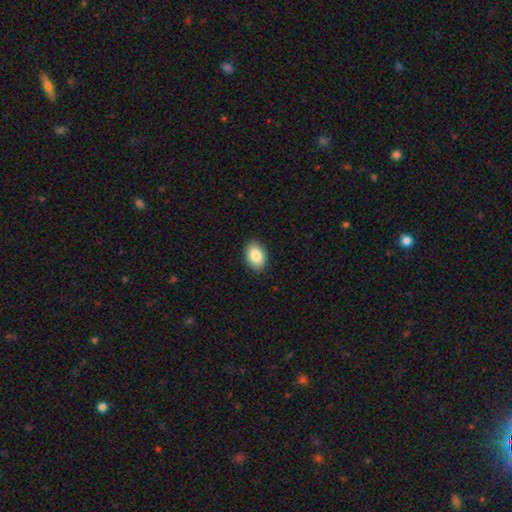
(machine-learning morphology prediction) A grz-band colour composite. It shows a smooth galaxy with no disk features (86%) that is in between round and cigar-shaped (86%). Merging: none (89%).